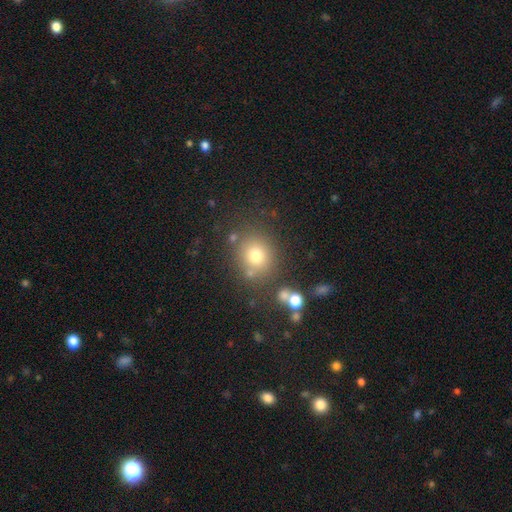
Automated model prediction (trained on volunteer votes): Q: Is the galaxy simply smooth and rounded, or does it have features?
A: smooth — 73%.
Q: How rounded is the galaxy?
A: round — 83%.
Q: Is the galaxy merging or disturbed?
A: none — 77%.